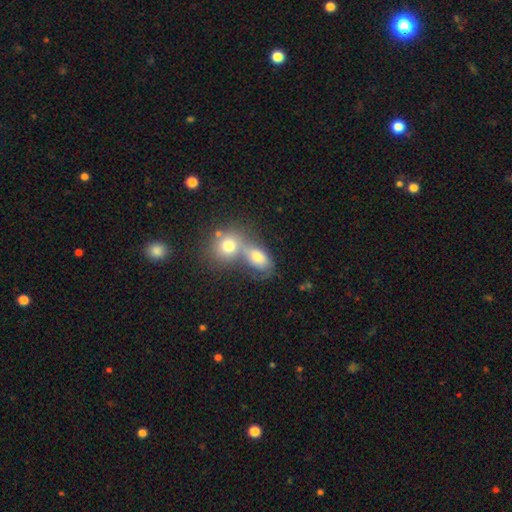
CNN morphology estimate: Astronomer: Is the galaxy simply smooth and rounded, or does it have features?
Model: smooth — 69%.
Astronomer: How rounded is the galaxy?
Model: in between — 68%.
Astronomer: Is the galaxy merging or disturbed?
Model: merger — 61%.